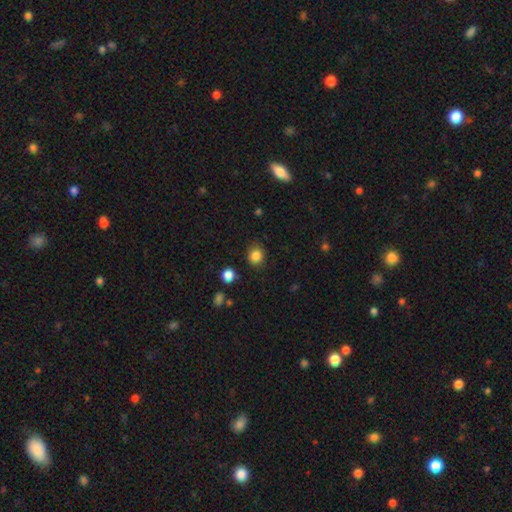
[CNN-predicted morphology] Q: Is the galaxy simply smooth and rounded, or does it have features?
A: smooth — 85%.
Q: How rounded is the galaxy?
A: round — 78%.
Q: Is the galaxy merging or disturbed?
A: none — 86%.